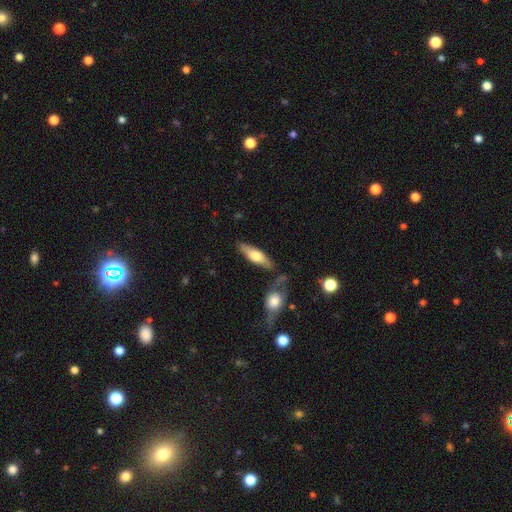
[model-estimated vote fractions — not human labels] This is possibly a smooth galaxy (57%). How rounded: possibly cigar-shaped (51%). Merging: likely none (70%).